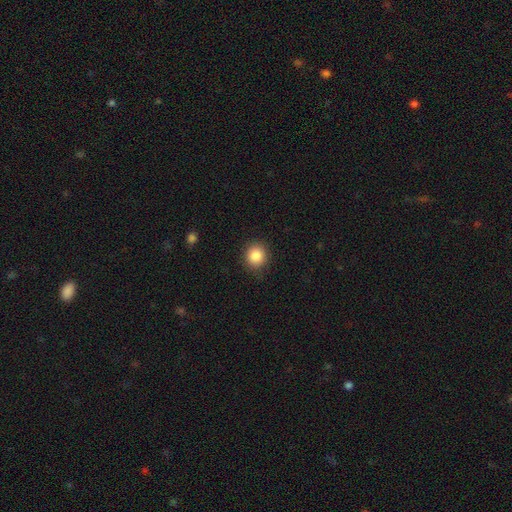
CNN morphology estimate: smooth 86%, star or artifact 9%, featured or disk 5%. Down the decision tree: how rounded — round (84%); merging — none (87%).